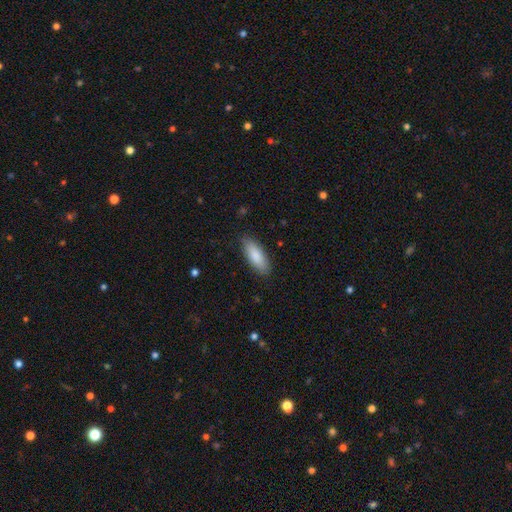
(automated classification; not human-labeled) This appears to be a smooth galaxy with no disk features (86%) that is in between round and cigar-shaped (73%). Merging: none (85%).